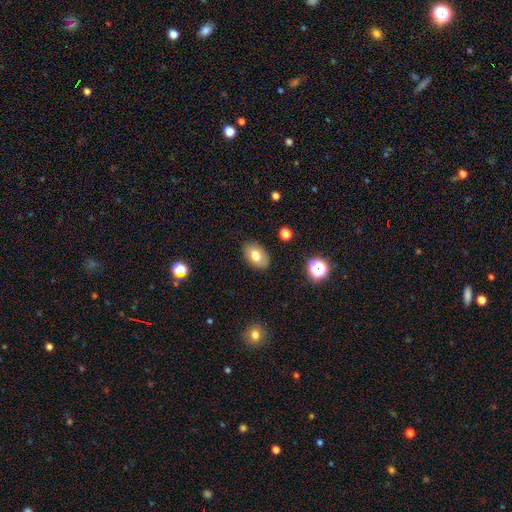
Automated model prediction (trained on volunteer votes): Smooth or featured? Predicted: smooth (p=0.76). How rounded? Predicted: in between (p=0.86). Merging? Predicted: none (p=0.84).